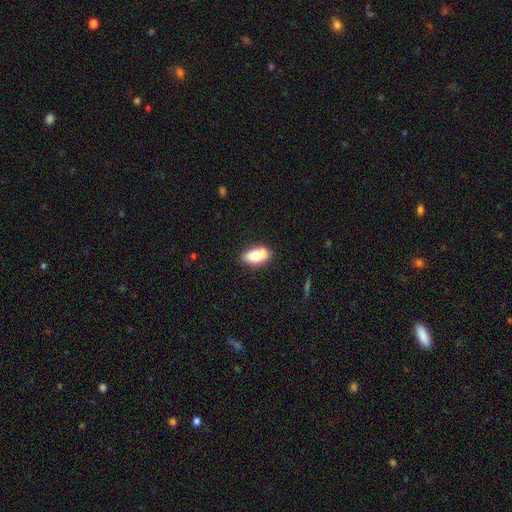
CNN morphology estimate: Smooth or featured: smooth — 70% (featured or disk — 21%)
How rounded: in between — 85% (round — 10%)
Merging: none — 45% (merger — 37%)